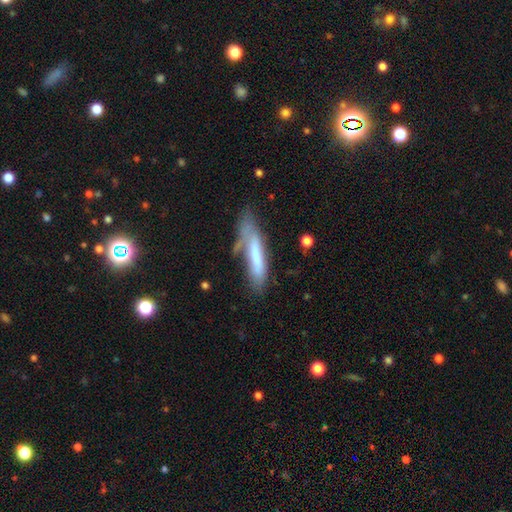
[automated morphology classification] This is likely a smooth galaxy (60%). How rounded: likely cigar-shaped (79%). Merging: marginally none (41%).